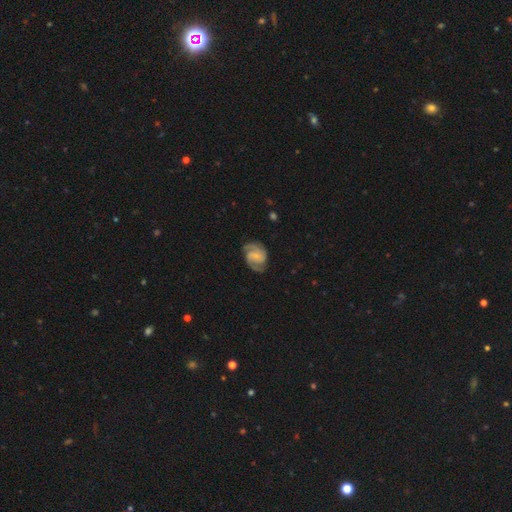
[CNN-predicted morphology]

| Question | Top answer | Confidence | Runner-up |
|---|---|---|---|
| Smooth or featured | featured or disk | 87% | smooth (9%) |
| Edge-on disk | no | 98% | yes (2%) |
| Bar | weak | 52% | no (31%) |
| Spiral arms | yes | 97% | no (3%) |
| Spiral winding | medium | 52% | tight (36%) |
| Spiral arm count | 2 | 85% | 3 (6%) |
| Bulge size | small | 54% | none (26%) |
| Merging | none | 78% | minor disturbance (16%) |